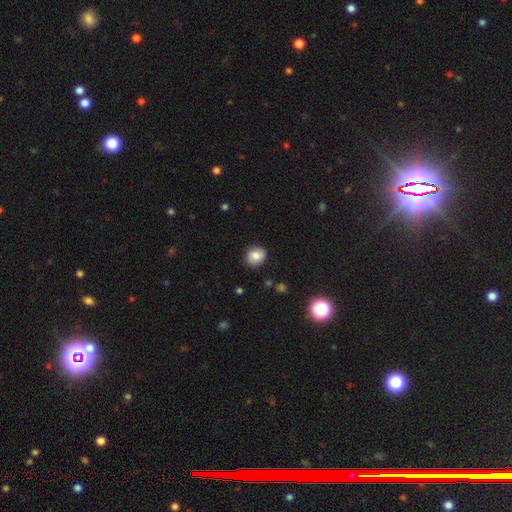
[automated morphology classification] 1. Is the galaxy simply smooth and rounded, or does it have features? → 81% smooth, 10% featured or disk, 10% star or artifact.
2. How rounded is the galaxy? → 69% round, 30% in between, 1% cigar-shaped.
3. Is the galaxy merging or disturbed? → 86% none, 10% minor disturbance, 2% major disturbance, 1% merger.